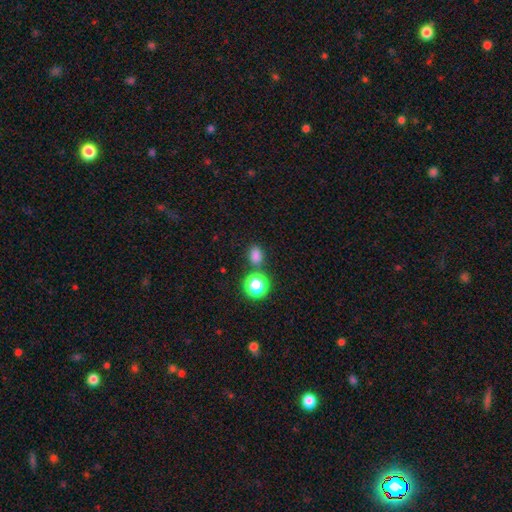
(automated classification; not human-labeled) This is likely a smooth galaxy (77%). How rounded: possibly in between (55%). Merging: likely none (75%).